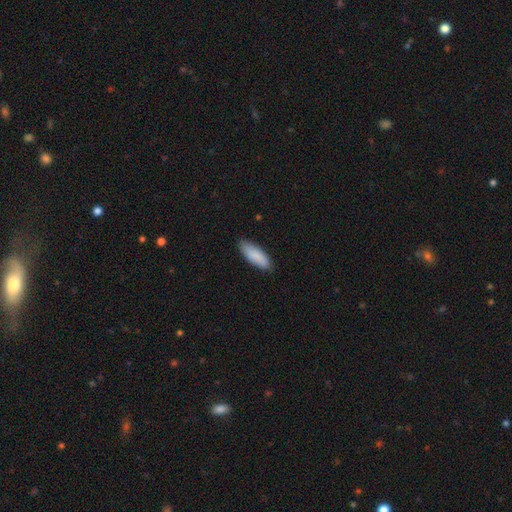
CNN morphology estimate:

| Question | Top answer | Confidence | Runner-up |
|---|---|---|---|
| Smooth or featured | smooth | 87% | featured or disk (8%) |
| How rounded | in between | 68% | cigar-shaped (31%) |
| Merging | none | 85% | minor disturbance (12%) |